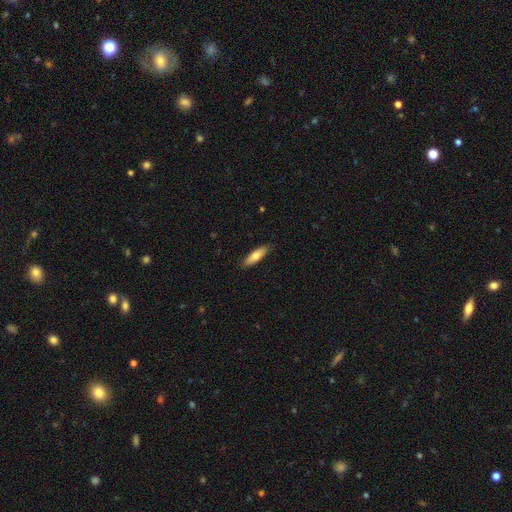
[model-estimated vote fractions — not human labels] smooth_or_featured: smooth (p=0.74) [alt: featured or disk p=0.20]
how_rounded: cigar-shaped (p=0.56) [alt: in between p=0.42]
merging: none (p=0.87) [alt: minor disturbance p=0.10]